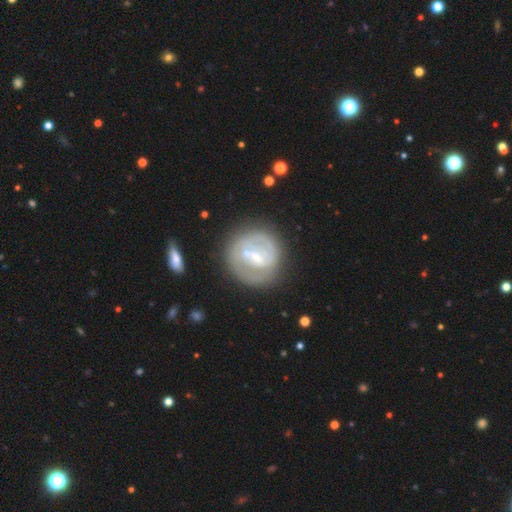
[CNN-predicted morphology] This is likely a featured or disk galaxy (71%). It is clearly not viewed edge-on (97%). Bar: possibly weak (47%). Spiral arm pattern: likely yes (67%). Central bulge: possibly small (57%). Merging: likely none (70%).